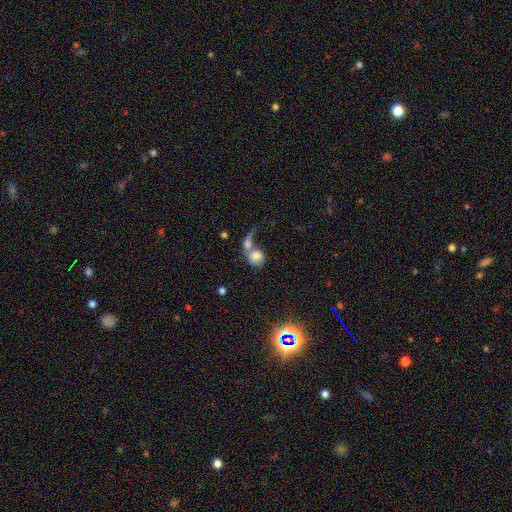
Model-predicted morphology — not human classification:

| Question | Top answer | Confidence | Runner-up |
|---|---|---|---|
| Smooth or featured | smooth | 72% | featured or disk (18%) |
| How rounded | round | 70% | in between (28%) |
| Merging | merger | 60% | none (21%) |